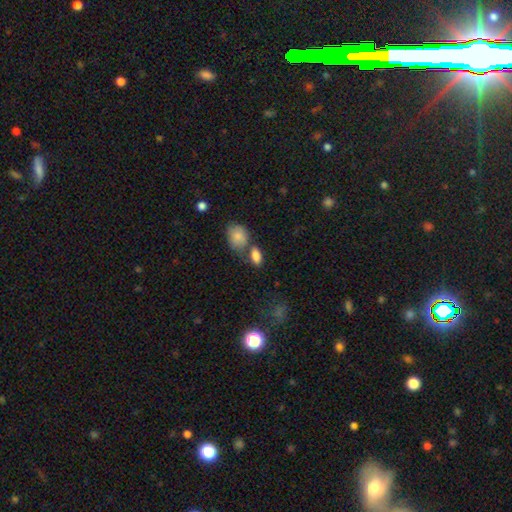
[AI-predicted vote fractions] smooth_or_featured: smooth (p=0.84) [alt: star or artifact p=0.09]
how_rounded: in between (p=0.87) [alt: round p=0.09]
merging: none (p=0.56) [alt: merger p=0.26]